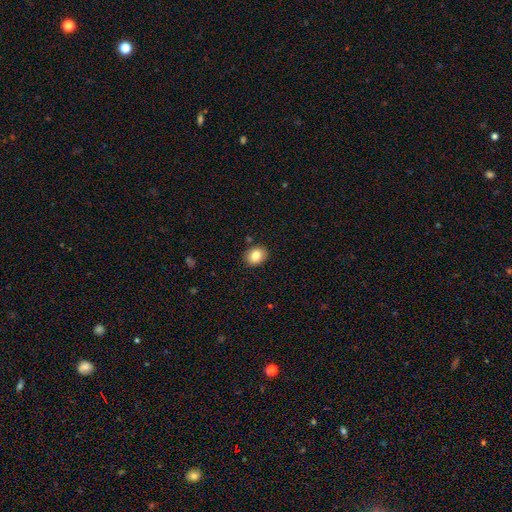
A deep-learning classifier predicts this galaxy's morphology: smooth_or_featured: smooth (p=0.83) [alt: star or artifact p=0.09]
how_rounded: in between (p=0.51) [alt: round p=0.48]
merging: none (p=0.88) [alt: minor disturbance p=0.08]